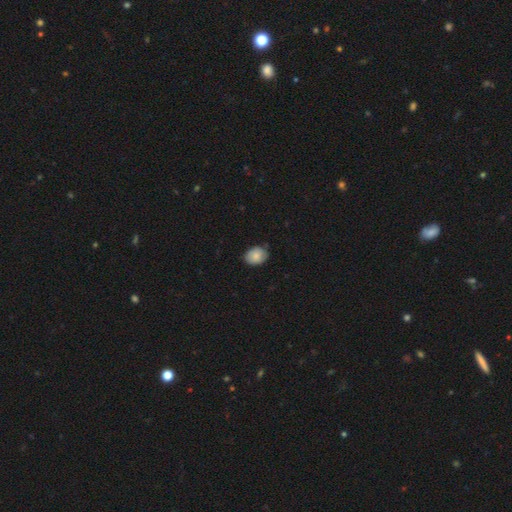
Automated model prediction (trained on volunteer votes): A smooth galaxy with no disk features (84%) that is in between round and cigar-shaped (63%). Merging: none (79%).